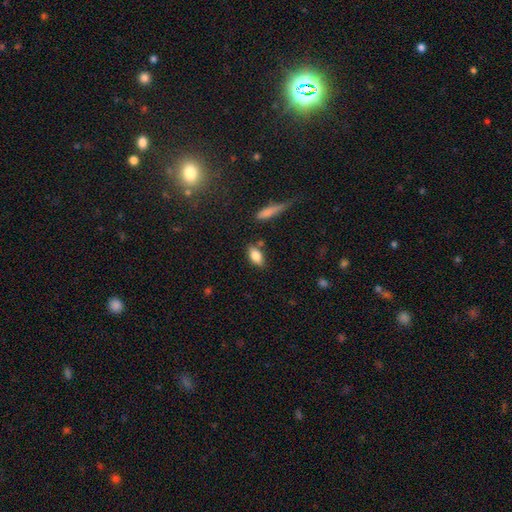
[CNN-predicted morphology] A smooth galaxy with no disk features (81%) that is in between round and cigar-shaped (87%). Merging: none (76%).